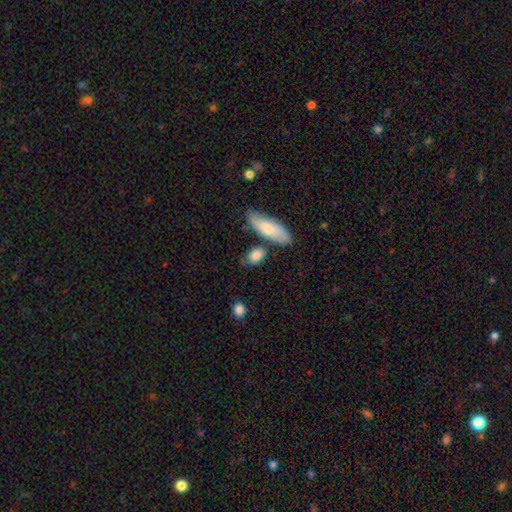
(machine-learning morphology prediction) Q: Smooth or featured?
A: smooth (82%); runner-up: featured or disk (12%)
Q: How rounded?
A: in between (79%); runner-up: round (12%)
Q: Merging?
A: none (64%); runner-up: minor disturbance (18%)